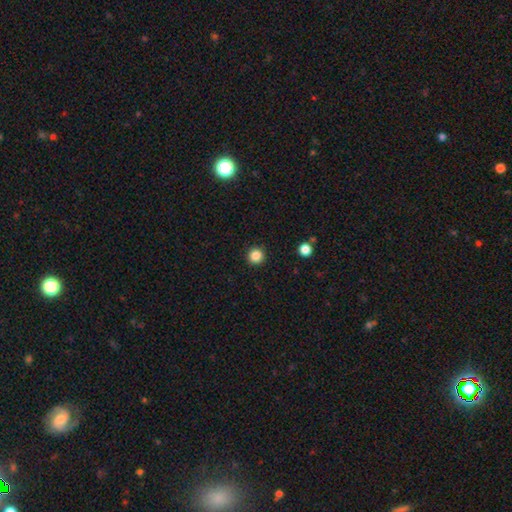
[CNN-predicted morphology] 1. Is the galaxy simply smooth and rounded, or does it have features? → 85% smooth, 11% star or artifact, 3% featured or disk.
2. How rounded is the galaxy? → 96% round, 3% in between, 1% cigar-shaped.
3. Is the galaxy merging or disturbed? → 93% none, 4% minor disturbance, 2% major disturbance, 1% merger.